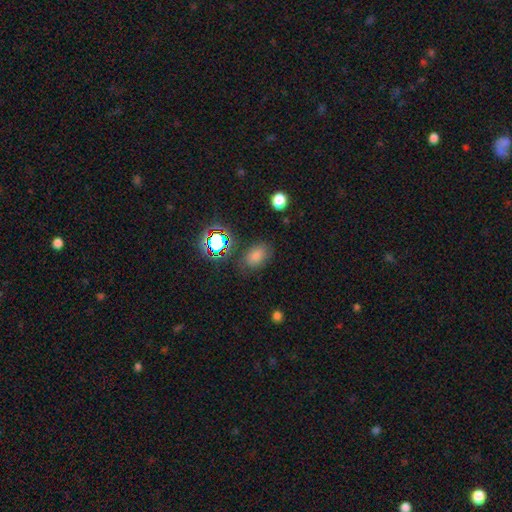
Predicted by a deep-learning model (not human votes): smooth_or_featured: smooth (p=0.62) [alt: star or artifact p=0.29]
how_rounded: in between (p=0.74) [alt: round p=0.25]
merging: none (p=0.79) [alt: minor disturbance p=0.13]